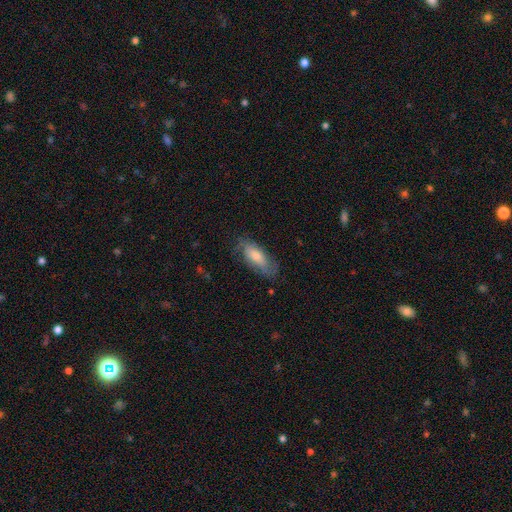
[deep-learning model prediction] Smooth or featured: smooth — 57% (featured or disk — 36%)
How rounded: in between — 71% (cigar-shaped — 26%)
Merging: none — 73% (minor disturbance — 19%)